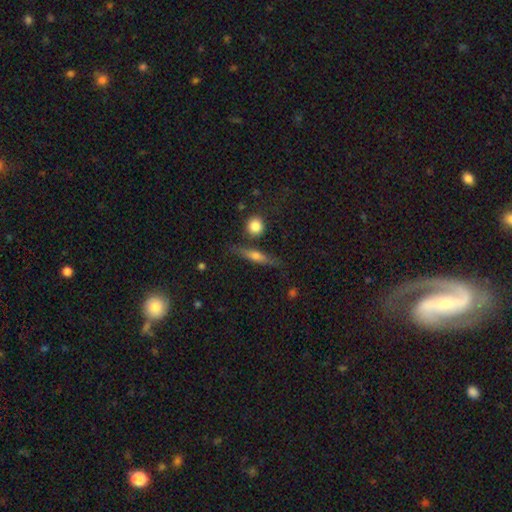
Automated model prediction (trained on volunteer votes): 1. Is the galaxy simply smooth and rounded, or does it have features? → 46% smooth, 45% featured or disk, 8% star or artifact.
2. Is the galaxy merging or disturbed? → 78% none, 13% minor disturbance, 6% merger, 4% major disturbance.